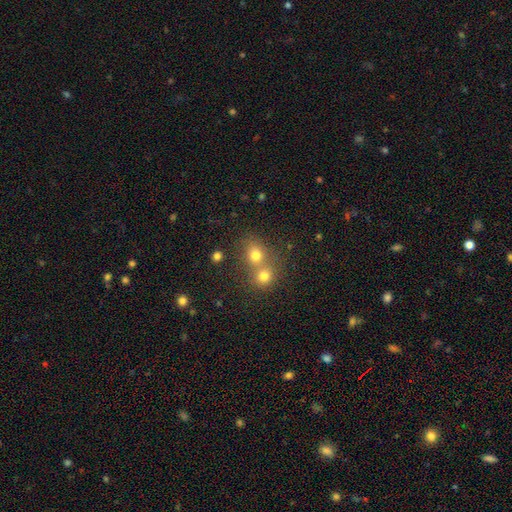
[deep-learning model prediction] Overall: smooth (74%). How rounded: round (72%). Merging: merger (51%; none 40%).